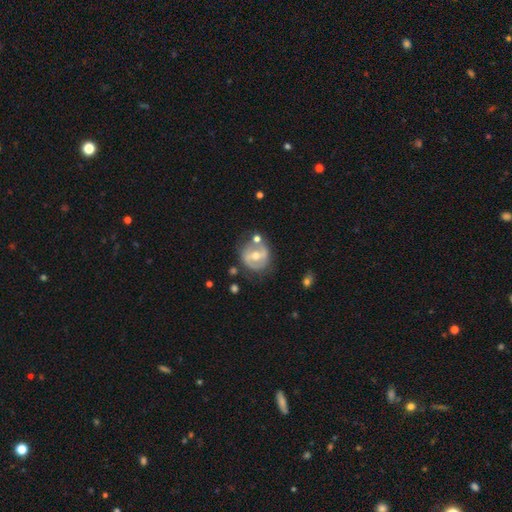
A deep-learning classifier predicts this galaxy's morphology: smooth_or_featured: featured or disk (p=0.71) [alt: smooth p=0.22]
disk_edge_on: no (p=0.96) [alt: yes p=0.04]
bar: strong (p=0.40) [alt: weak p=0.38]
has_spiral_arms: yes (p=0.66) [alt: no p=0.34]
bulge_size: moderate (p=0.68) [alt: small p=0.26]
merging: none (p=0.65) [alt: minor disturbance p=0.19]